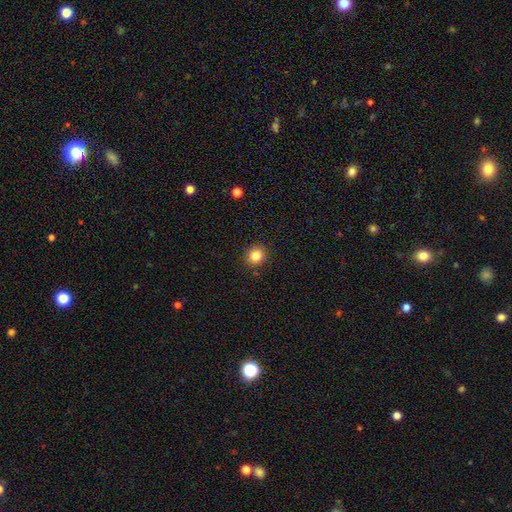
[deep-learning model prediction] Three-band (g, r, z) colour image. It shows a smooth galaxy with no disk features (84%) that is round (90%). Merging: none (91%).